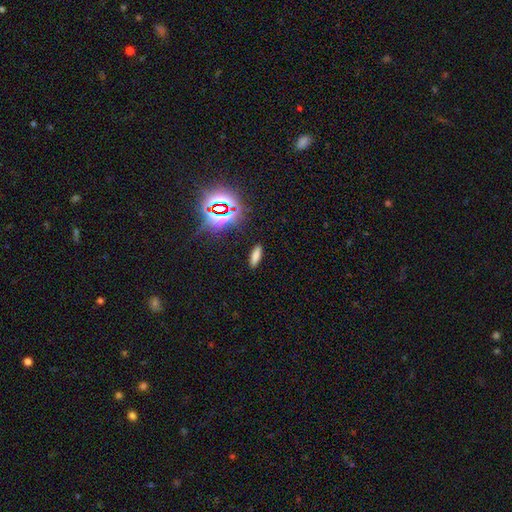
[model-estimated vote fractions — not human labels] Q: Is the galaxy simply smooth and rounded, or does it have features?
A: smooth — 74%.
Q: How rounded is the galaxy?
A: cigar-shaped — 50%.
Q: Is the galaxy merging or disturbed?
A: none — 89%.